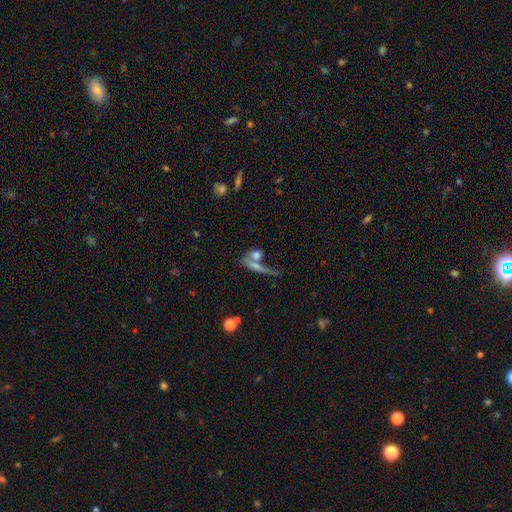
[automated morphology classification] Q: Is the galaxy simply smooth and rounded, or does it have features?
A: smooth — 62%.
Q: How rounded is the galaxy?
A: in between — 38%.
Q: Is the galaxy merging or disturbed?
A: merger — 43%.